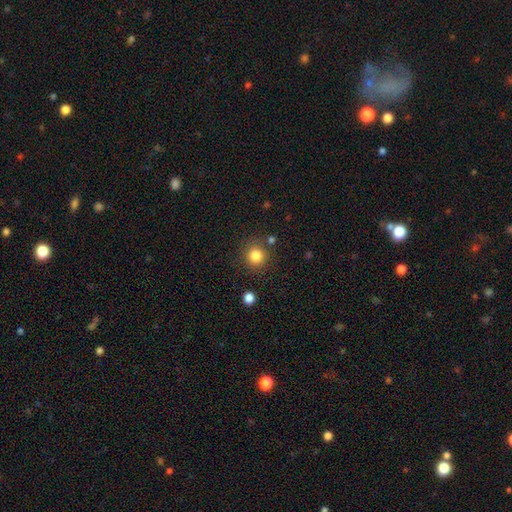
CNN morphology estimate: smooth-or-featured: smooth: 84% | star or artifact: 11% | featured or disk: 5%
  how-rounded: round: 92% | in between: 7% | cigar-shaped: 1%
  merging: none: 84% | minor disturbance: 8% | merger: 4% | major disturbance: 3%